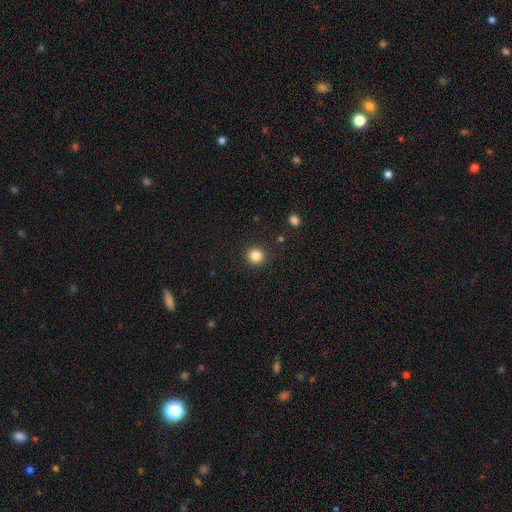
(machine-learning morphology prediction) smooth-or-featured: smooth: 85% | star or artifact: 11% | featured or disk: 4%
  how-rounded: round: 92% | in between: 7% | cigar-shaped: 1%
  merging: none: 91% | minor disturbance: 5% | major disturbance: 2% | merger: 1%